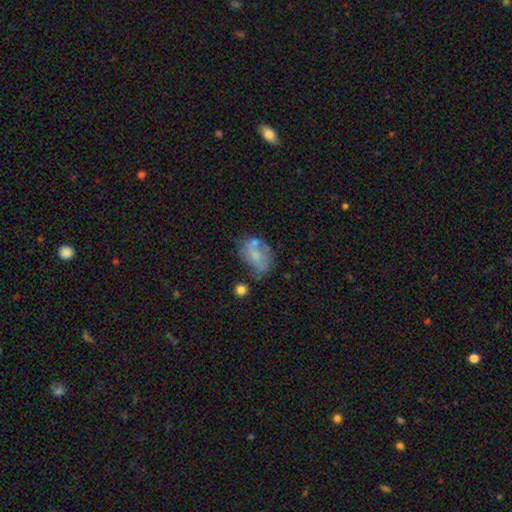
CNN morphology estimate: Smooth or featured? Predicted: smooth (p=0.57). How rounded? Predicted: in between (p=0.78). Merging? Predicted: none (p=0.39).